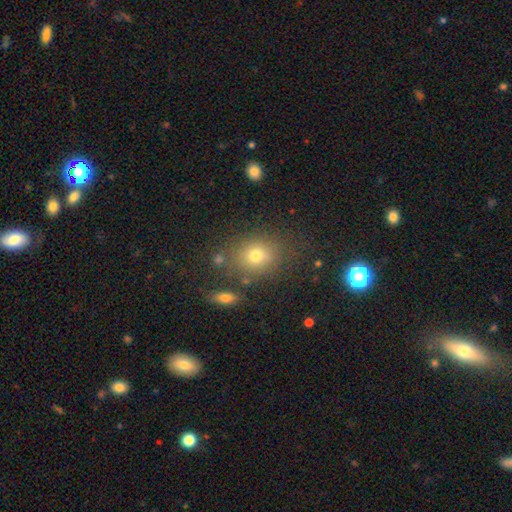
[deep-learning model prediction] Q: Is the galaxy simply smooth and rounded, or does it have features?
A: smooth — 71%.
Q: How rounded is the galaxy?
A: round — 57%.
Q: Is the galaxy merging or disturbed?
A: none — 75%.